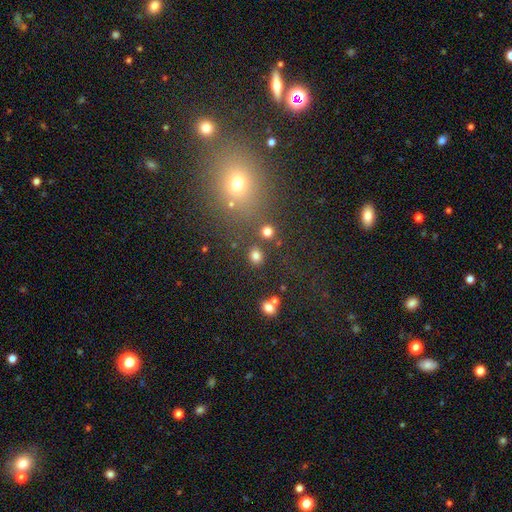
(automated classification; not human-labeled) smooth-or-featured: smooth: 80% | star or artifact: 15% | featured or disk: 5%
  how-rounded: round: 72% | in between: 27% | cigar-shaped: 1%
  merging: none: 83% | minor disturbance: 8% | merger: 6% | major disturbance: 3%